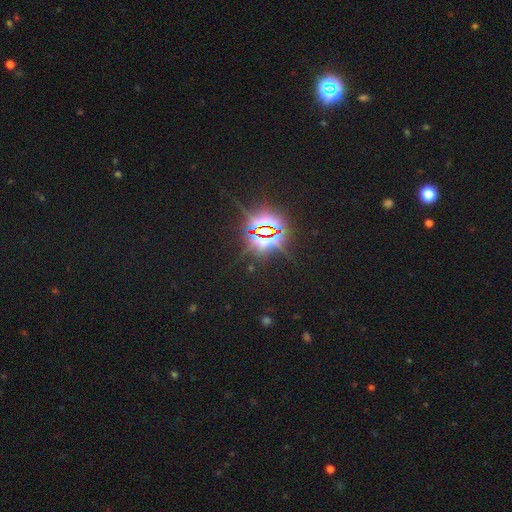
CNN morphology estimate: The model was most divided on "smooth or featured": star or artifact: 83%, smooth: 11%, featured or disk: 6%.